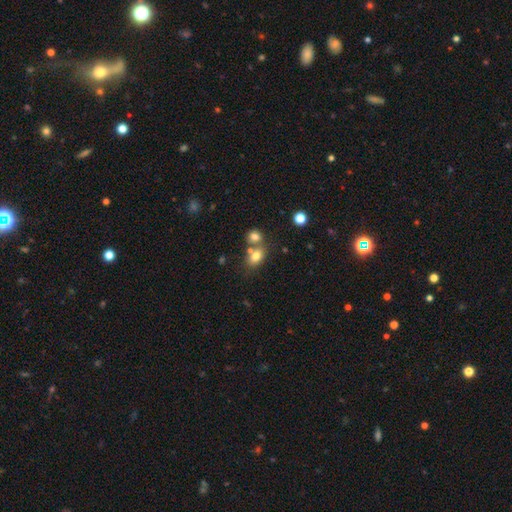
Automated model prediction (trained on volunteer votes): Smooth or featured? Predicted: smooth (p=0.77). How rounded? Predicted: in between (p=0.68). Merging? Predicted: none (p=0.47).